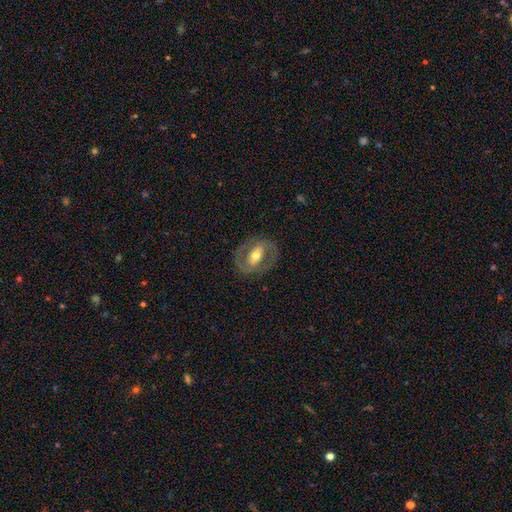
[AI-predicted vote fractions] smooth-or-featured: featured or disk: 70% | smooth: 25% | star or artifact: 6%
  disk-edge-on: no: 94% | yes: 6%
    bar: strong: 37% | weak: 33% | no: 29%
    has-spiral-arms: yes: 60% | no: 40%
    bulge-size: moderate: 69% | small: 18% | large: 11% | dominant: 1% | none: 1%
  merging: none: 78% | minor disturbance: 13% | major disturbance: 8% | merger: 1%